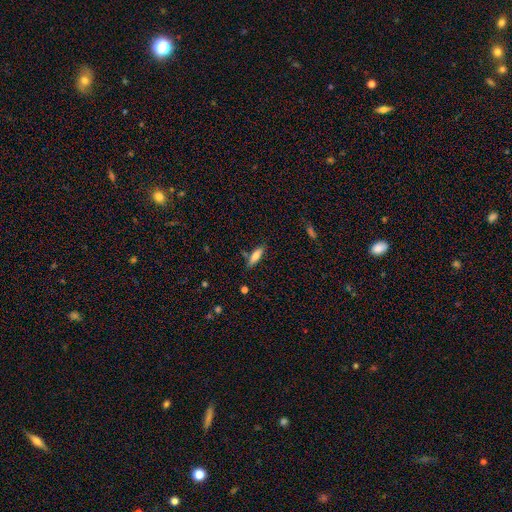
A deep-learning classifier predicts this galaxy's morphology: Overall: smooth (71%). How rounded: cigar-shaped (54%; in between 44%). Merging: none (79%).